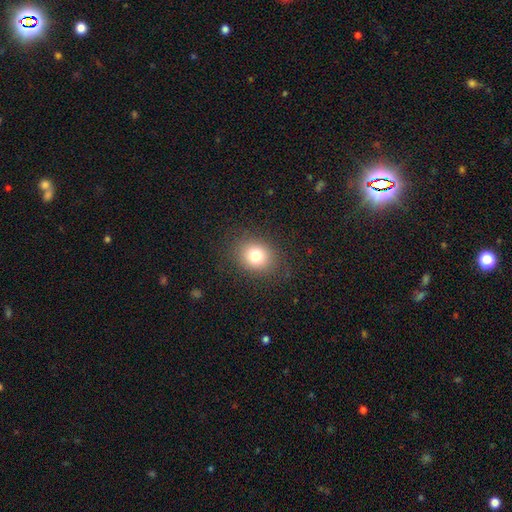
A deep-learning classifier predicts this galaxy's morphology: This is likely a smooth galaxy (78%). How rounded: likely round (64%). Merging: clearly none (86%).